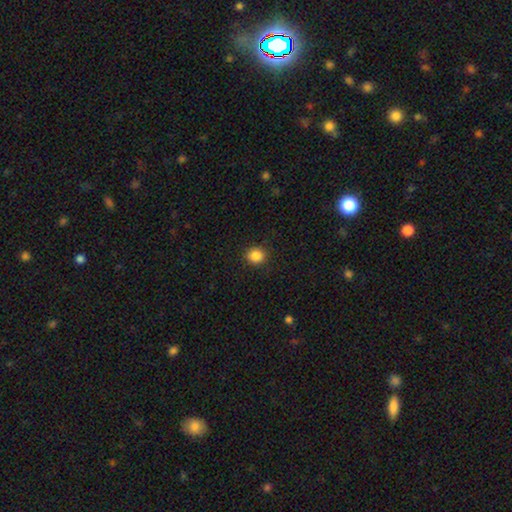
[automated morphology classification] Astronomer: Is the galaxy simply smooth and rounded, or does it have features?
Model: smooth — 86%.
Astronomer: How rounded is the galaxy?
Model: round — 84%.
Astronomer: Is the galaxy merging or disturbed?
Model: none — 90%.